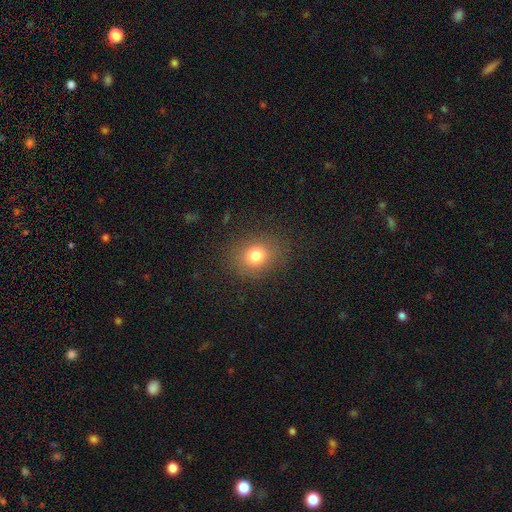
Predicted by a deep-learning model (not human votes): smooth 78%, star or artifact 13%, featured or disk 8%. Down the decision tree: how rounded — round (66%); merging — none (84%).